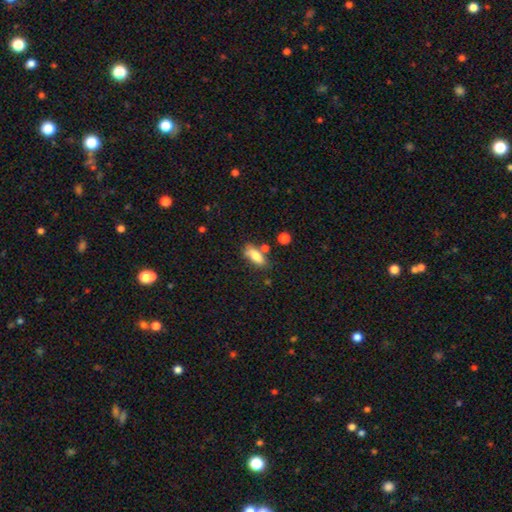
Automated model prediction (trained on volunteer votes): This is likely a smooth galaxy (76%). How rounded: likely in between (74%). Merging: possibly none (57%).